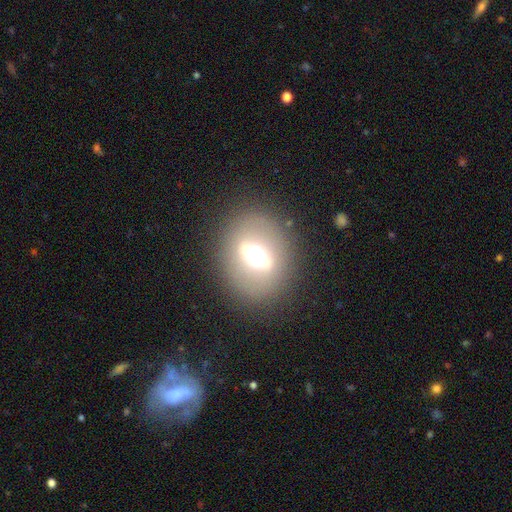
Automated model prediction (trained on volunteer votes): This appears to be a featured or disk galaxy (44%). Merging: none (82%).